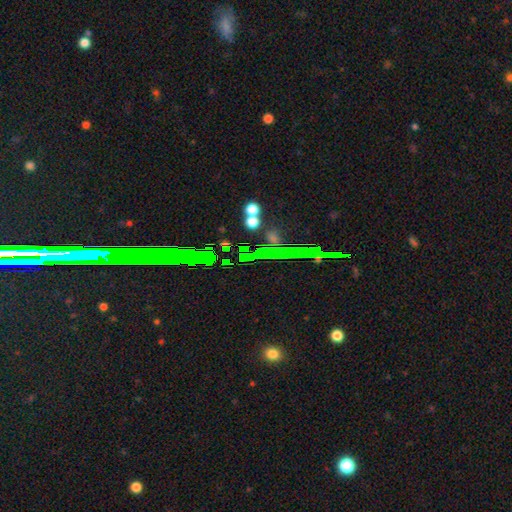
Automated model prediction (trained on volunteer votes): Smooth or featured: star or artifact — 70% (featured or disk — 18%)